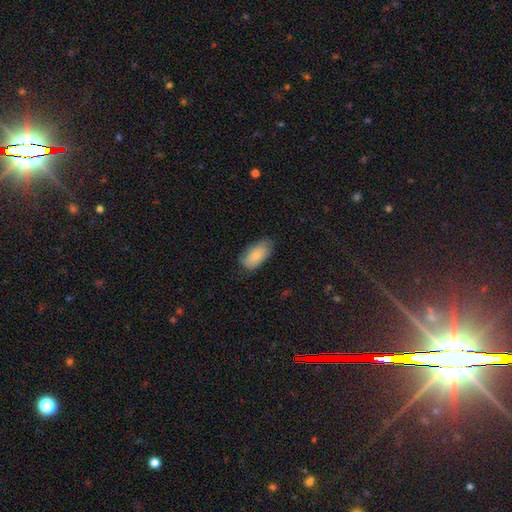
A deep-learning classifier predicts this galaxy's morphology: Smooth or featured? smooth (80%)
How rounded? in between (94%)
Merging? none (71%)